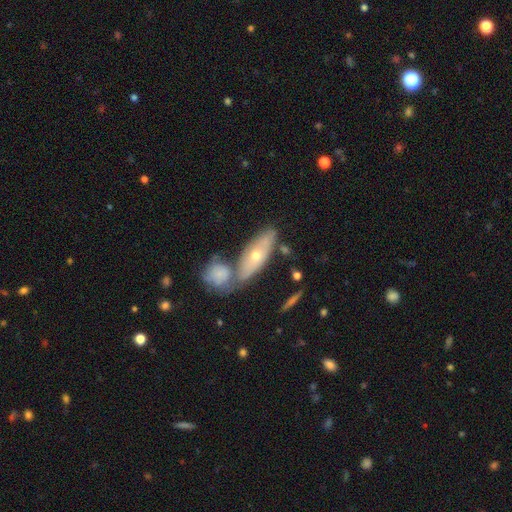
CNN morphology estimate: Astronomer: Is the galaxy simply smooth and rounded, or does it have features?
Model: featured or disk — 50% (runner-up: smooth, 42%).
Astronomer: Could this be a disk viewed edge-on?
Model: no — 62% (runner-up: yes, 38%).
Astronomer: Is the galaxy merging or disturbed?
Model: none — 58%.